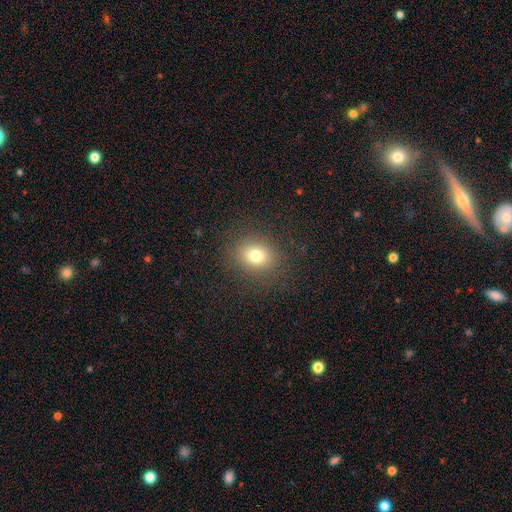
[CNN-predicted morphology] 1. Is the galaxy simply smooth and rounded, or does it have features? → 76% smooth, 14% star or artifact, 10% featured or disk.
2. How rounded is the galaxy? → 61% round, 38% in between, 1% cigar-shaped.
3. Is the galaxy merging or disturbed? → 85% none, 9% minor disturbance, 5% major disturbance, 1% merger.